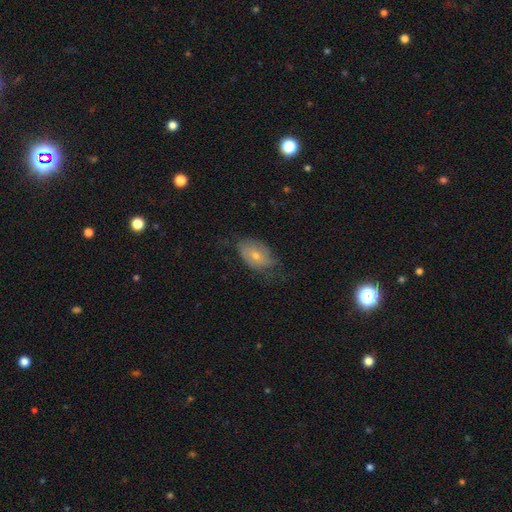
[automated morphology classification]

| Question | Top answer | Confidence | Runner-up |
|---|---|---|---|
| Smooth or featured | featured or disk | 46% | smooth (43%) |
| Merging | none | 52% | minor disturbance (30%) |